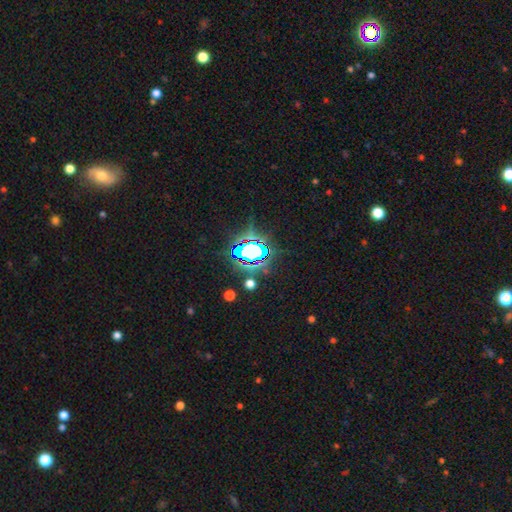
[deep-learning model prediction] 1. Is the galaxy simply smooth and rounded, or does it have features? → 68% star or artifact, 20% smooth, 12% featured or disk.